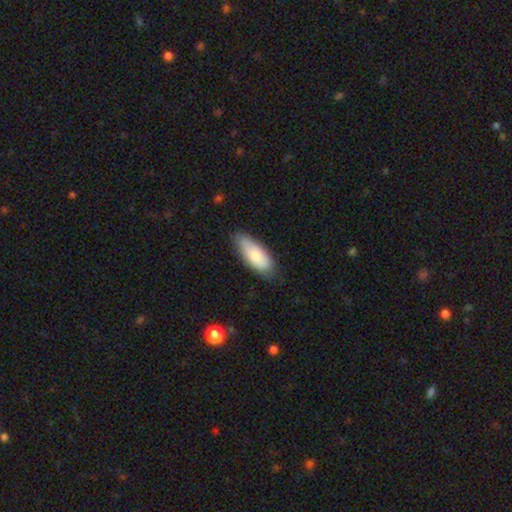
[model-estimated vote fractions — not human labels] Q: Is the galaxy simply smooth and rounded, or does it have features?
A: smooth — 80%.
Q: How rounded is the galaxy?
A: in between — 77%.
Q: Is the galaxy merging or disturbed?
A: none — 75%.